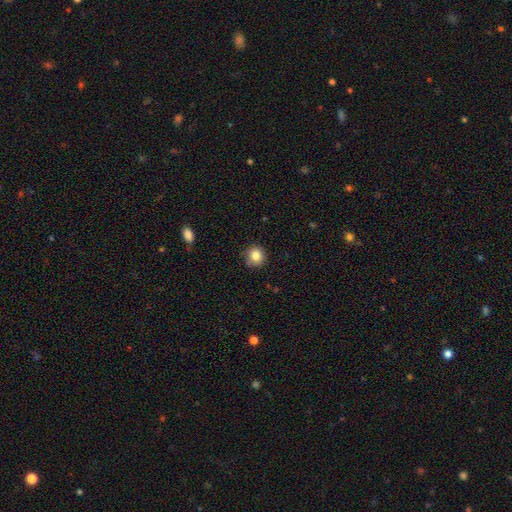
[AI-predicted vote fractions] Morphology: type=smooth (84%); roundness=round (91%); merging=none (83%).